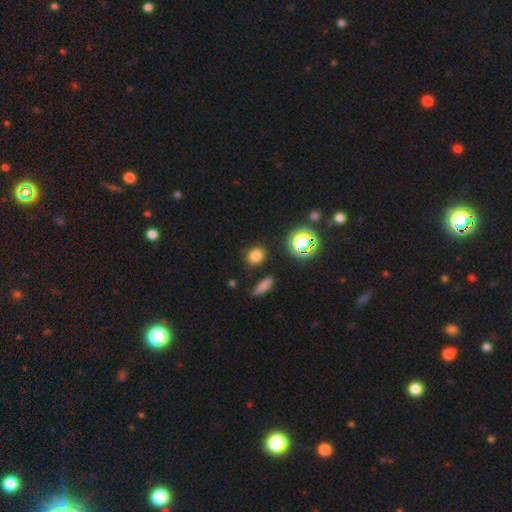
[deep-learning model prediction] This is likely a smooth galaxy (76%). How rounded: likely round (65%). Merging: clearly none (86%).